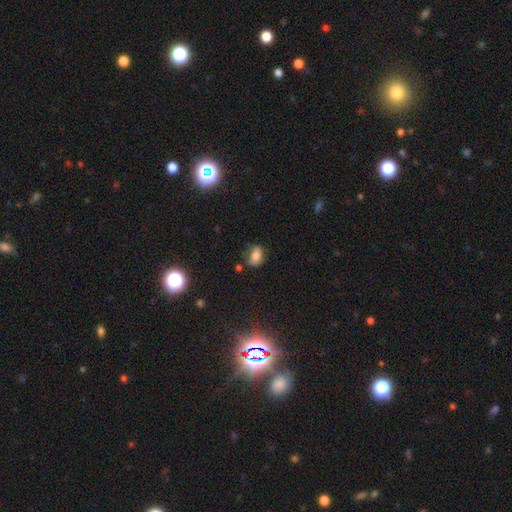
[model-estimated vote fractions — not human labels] smooth_or_featured: smooth (p=0.72) [alt: featured or disk p=0.16]
how_rounded: in between (p=0.76) [alt: round p=0.21]
merging: none (p=0.61) [alt: minor disturbance p=0.25]